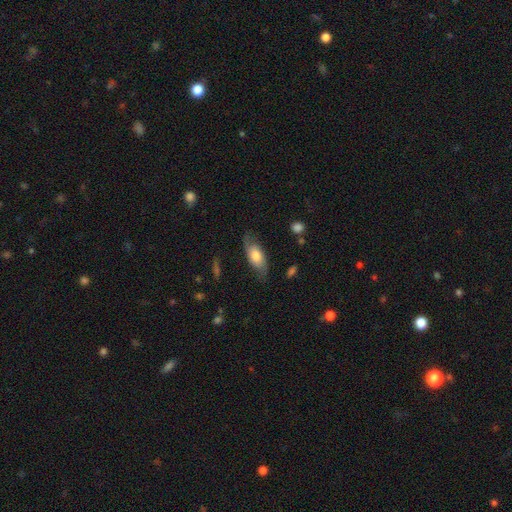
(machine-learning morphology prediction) Smooth or featured?
  - smooth: 49% *
  - featured or disk: 44%
  - star or artifact: 7%
Merging?
  - none: 70% *
  - minor disturbance: 21%
  - major disturbance: 7%
  - merger: 1%